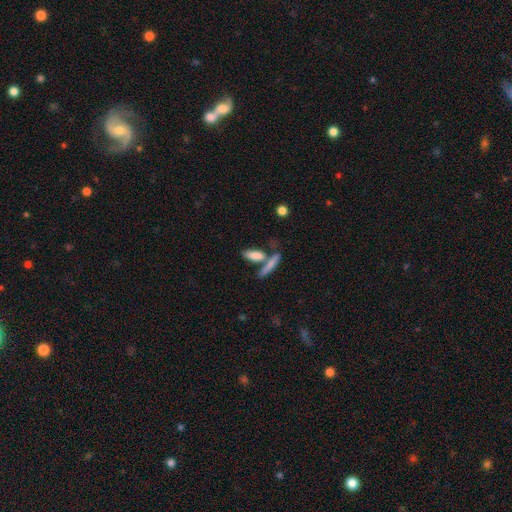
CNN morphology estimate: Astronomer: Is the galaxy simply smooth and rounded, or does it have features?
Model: smooth — 78%.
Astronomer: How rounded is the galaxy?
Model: in between — 53% (runner-up: cigar-shaped, 44%).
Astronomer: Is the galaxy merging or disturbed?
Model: none — 50% (runner-up: merger, 33%).